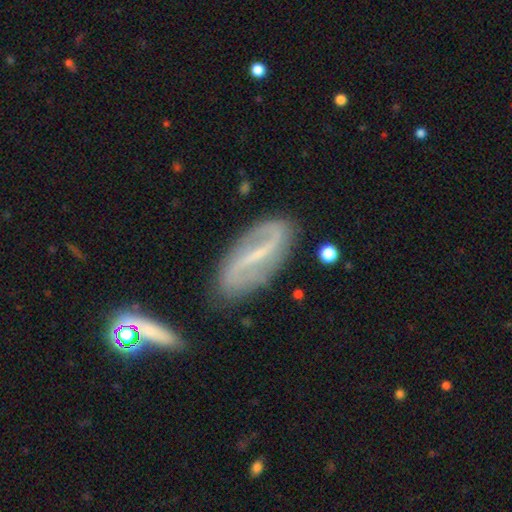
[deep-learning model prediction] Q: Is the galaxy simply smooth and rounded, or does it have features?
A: featured or disk — 81%.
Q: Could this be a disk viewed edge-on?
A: no — 91%.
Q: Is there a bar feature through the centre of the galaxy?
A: strong — 63%.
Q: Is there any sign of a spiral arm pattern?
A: yes — 89%.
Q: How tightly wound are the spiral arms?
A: loose — 55%.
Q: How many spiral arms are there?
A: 2 — 87%.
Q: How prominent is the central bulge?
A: small — 65%.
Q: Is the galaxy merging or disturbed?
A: none — 78%.